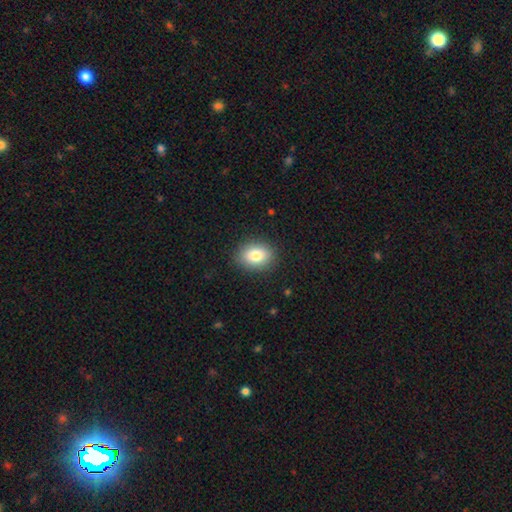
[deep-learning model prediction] Smooth or featured: smooth — 82% (star or artifact — 9%)
How rounded: in between — 61% (round — 38%)
Merging: none — 88% (minor disturbance — 8%)